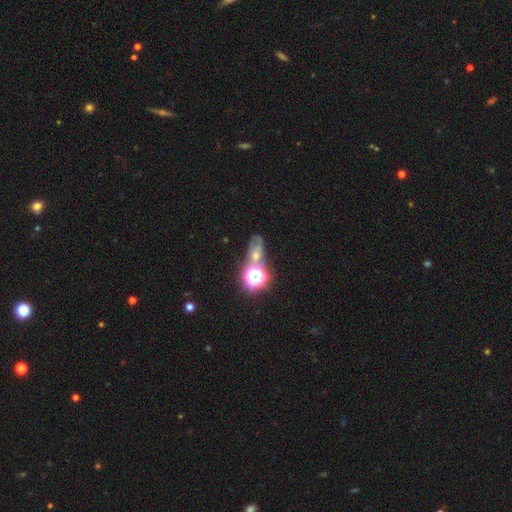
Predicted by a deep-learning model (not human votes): This appears to be a star or artifact, not a galaxy (55%).